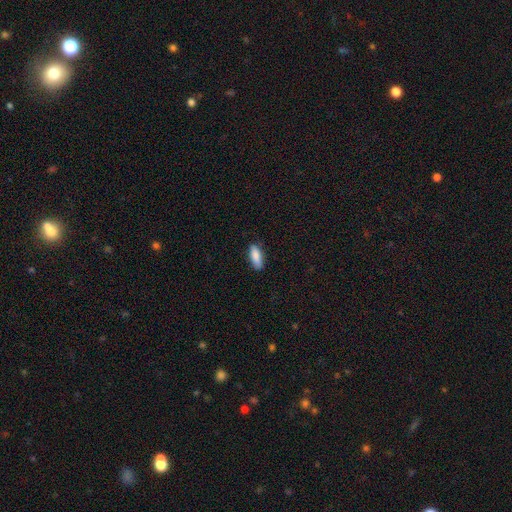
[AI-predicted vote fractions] This appears to be a smooth galaxy with no disk features (87%) that is in between round and cigar-shaped (70%). Merging: none (83%).